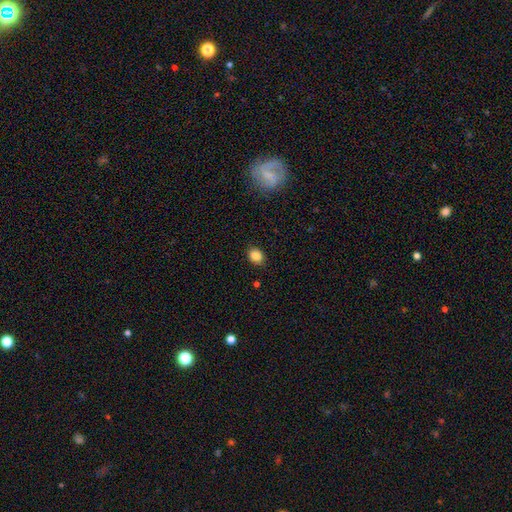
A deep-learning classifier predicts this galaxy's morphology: type=smooth (85%); roundness=in between (57%); merging=none (88%).